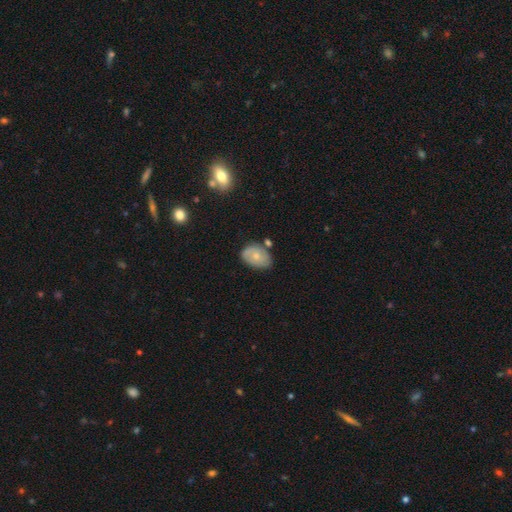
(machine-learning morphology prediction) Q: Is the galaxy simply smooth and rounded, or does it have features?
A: smooth — 66%.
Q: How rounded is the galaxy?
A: in between — 81%.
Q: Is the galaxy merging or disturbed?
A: none — 59%.